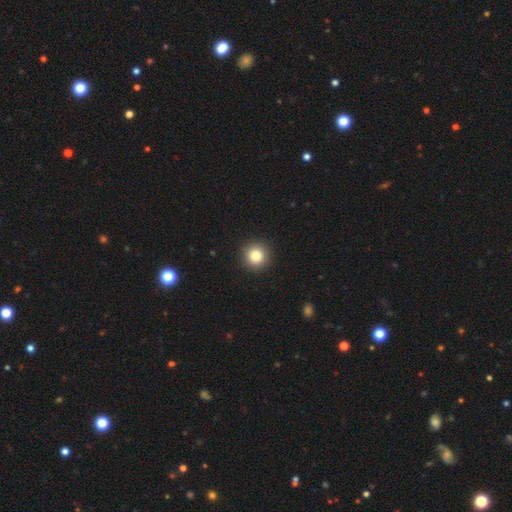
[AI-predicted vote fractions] Smooth or featured? Predicted: smooth (p=0.83). How rounded? Predicted: round (p=0.95). Merging? Predicted: none (p=0.92).